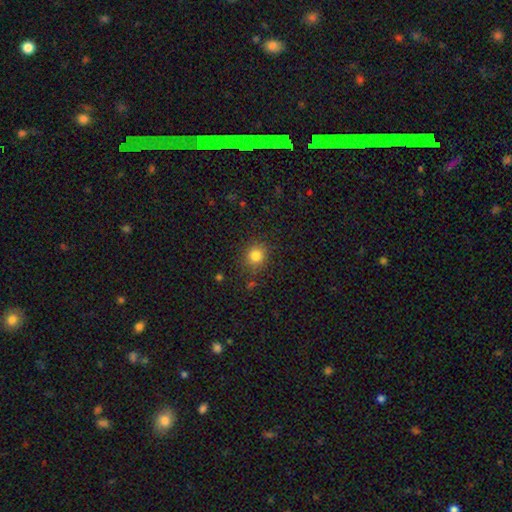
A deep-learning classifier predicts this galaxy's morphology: Smooth or featured: smooth — 82% (star or artifact — 13%)
How rounded: round — 88% (in between — 12%)
Merging: none — 86% (minor disturbance — 9%)